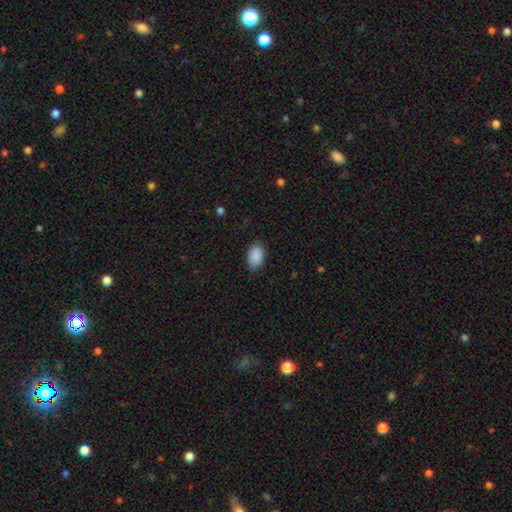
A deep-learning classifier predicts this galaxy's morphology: Smooth or featured: smooth — 91% (star or artifact — 7%)
How rounded: in between — 92% (round — 7%)
Merging: none — 84% (minor disturbance — 13%)